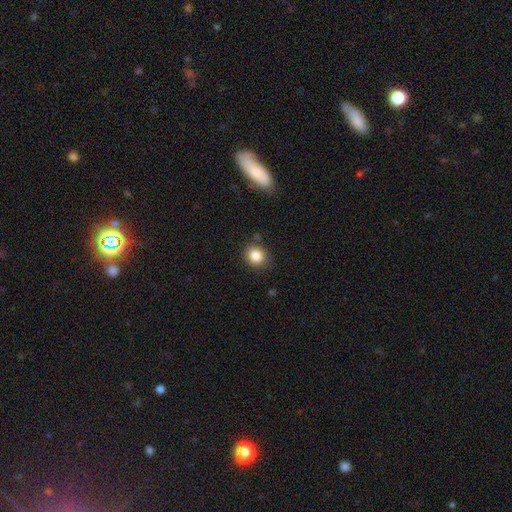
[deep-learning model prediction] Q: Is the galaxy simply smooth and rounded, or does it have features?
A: smooth — 84%.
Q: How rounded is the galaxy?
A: round — 79%.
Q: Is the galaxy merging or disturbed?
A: none — 81%.